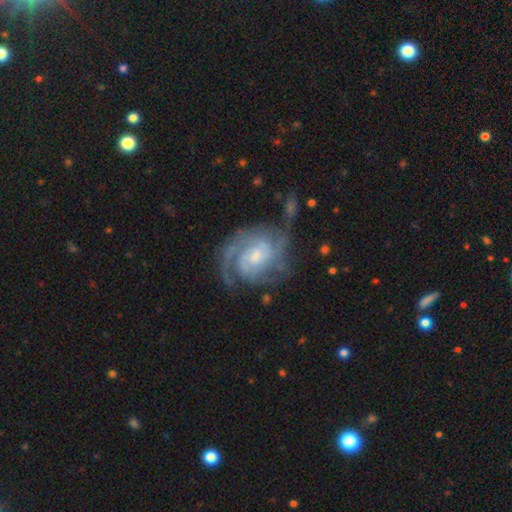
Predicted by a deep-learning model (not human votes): Smooth or featured?
  - featured or disk: 90% *
  - smooth: 6%
  - star or artifact: 5%
Edge-on disk?
  - no: 98% *
  - yes: 2%
Bar?
  - no: 51% *
  - weak: 41%
  - strong: 8%
Spiral arms?
  - yes: 97% *
  - no: 3%
Spiral winding?
  - tight: 56% *
  - medium: 36%
  - loose: 8%
Spiral arm count?
  - 2: 42% *
  - 3: 24%
  - can't tell: 17%
  - 4: 6%
  - 1: 6%
  - more than 4: 5%
Bulge size?
  - small: 53% *
  - moderate: 38%
  - none: 4%
  - large: 4%
  - dominant: 1%
Merging?
  - none: 62% *
  - minor disturbance: 20%
  - major disturbance: 15%
  - merger: 3%